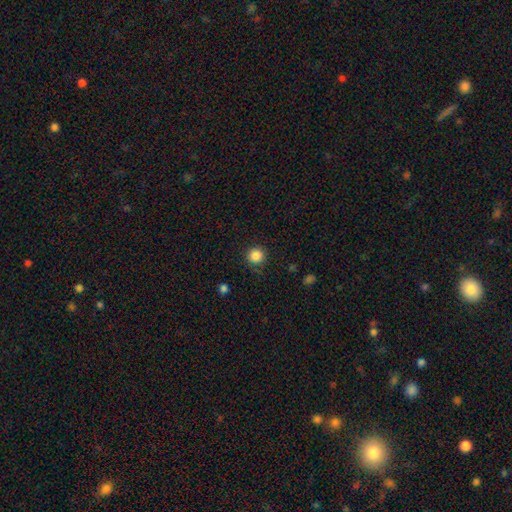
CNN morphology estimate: Smooth or featured?
  - smooth: 86% *
  - star or artifact: 11%
  - featured or disk: 4%
How rounded?
  - round: 94% *
  - in between: 5%
  - cigar-shaped: 1%
Merging?
  - none: 89% *
  - minor disturbance: 8%
  - major disturbance: 3%
  - merger: 1%